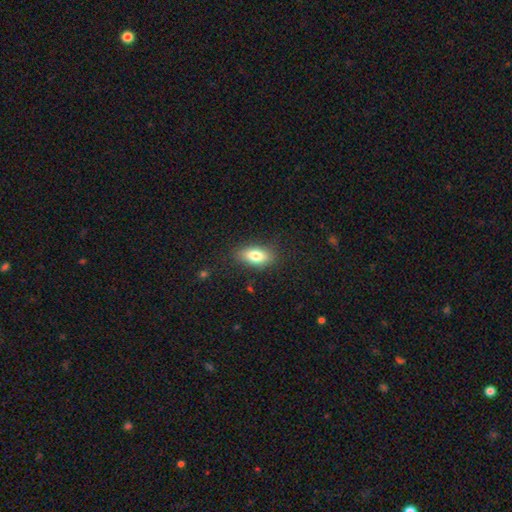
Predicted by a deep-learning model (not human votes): Smooth or featured: smooth — 80% (featured or disk — 12%)
How rounded: in between — 87% (cigar-shaped — 9%)
Merging: none — 84% (minor disturbance — 12%)